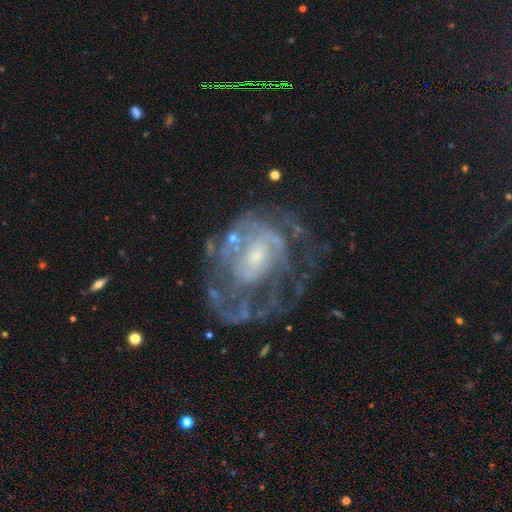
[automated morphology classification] Q: Smooth or featured?
A: featured or disk (81%); runner-up: smooth (11%)
Q: Edge-on disk?
A: no (97%); runner-up: yes (3%)
Q: Bar?
A: no (69%); runner-up: weak (26%)
Q: Spiral arms?
A: yes (74%); runner-up: no (26%)
Q: Spiral winding?
A: tight (52%); runner-up: medium (32%)
Q: Spiral arm count?
A: can't tell (49%); runner-up: 2 (19%)
Q: Bulge size?
A: small (57%); runner-up: moderate (32%)
Q: Merging?
A: none (47%); runner-up: major disturbance (31%)